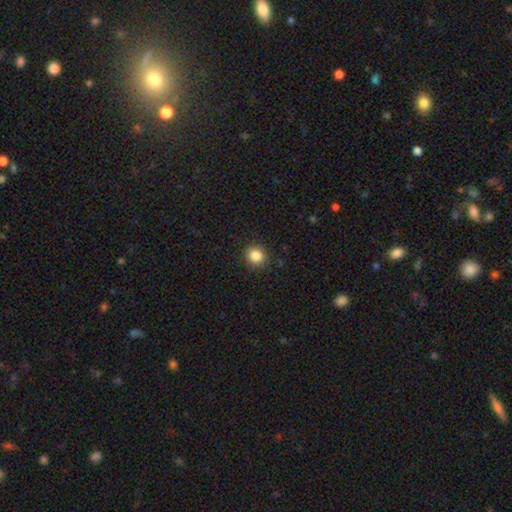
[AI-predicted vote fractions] smooth_or_featured: smooth (p=0.86) [alt: star or artifact p=0.10]
how_rounded: round (p=0.89) [alt: in between p=0.10]
merging: none (p=0.91) [alt: minor disturbance p=0.06]